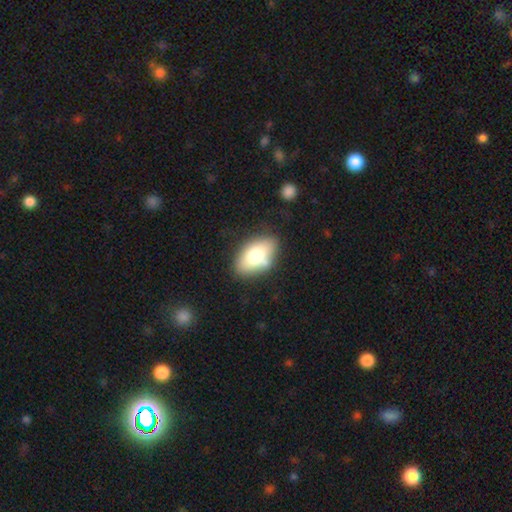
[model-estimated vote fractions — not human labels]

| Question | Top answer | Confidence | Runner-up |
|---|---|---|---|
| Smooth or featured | smooth | 75% | featured or disk (18%) |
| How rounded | in between | 91% | round (6%) |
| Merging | none | 72% | minor disturbance (18%) |